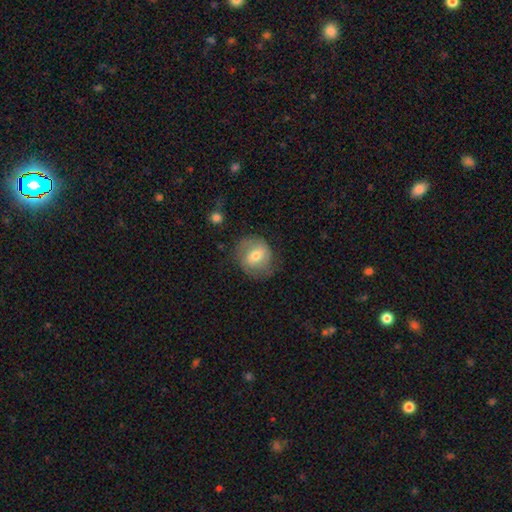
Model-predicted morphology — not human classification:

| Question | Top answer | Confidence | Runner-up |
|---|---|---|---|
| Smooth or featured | smooth | 50% | featured or disk (43%) |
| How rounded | round | 75% | in between (24%) |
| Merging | none | 65% | minor disturbance (23%) |